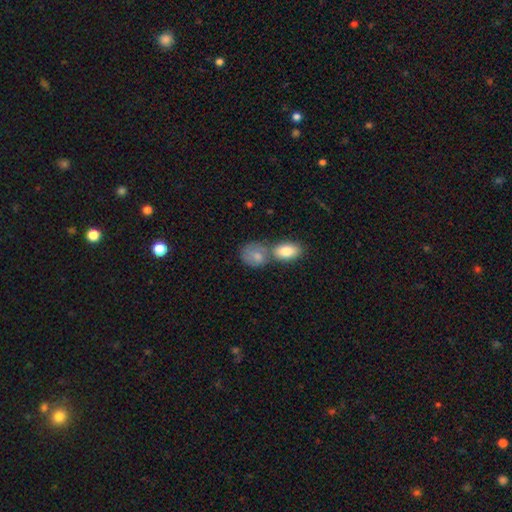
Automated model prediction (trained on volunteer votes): A smooth galaxy with no disk features (78%) that is in between round and cigar-shaped (58%). Merging: merger (46%).